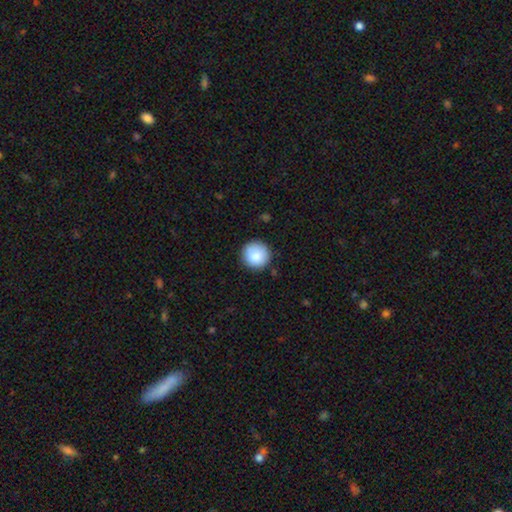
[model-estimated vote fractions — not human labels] smooth 86%, star or artifact 7%, featured or disk 6%. Down the decision tree: how rounded — round (95%); merging — none (87%).